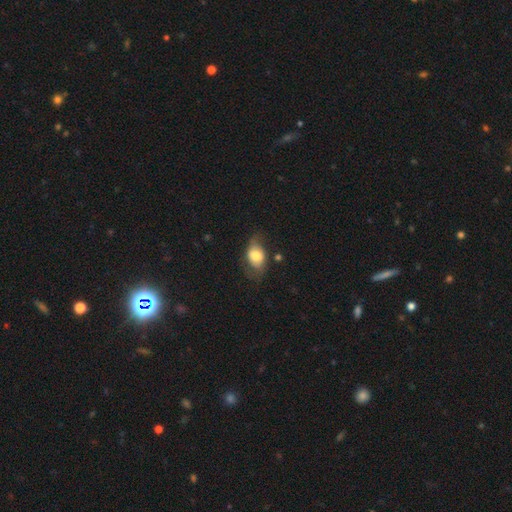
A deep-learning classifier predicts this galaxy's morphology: Overall: smooth (63%; featured or disk 30%). How rounded: in between (78%). Merging: none (53%; minor disturbance 28%).